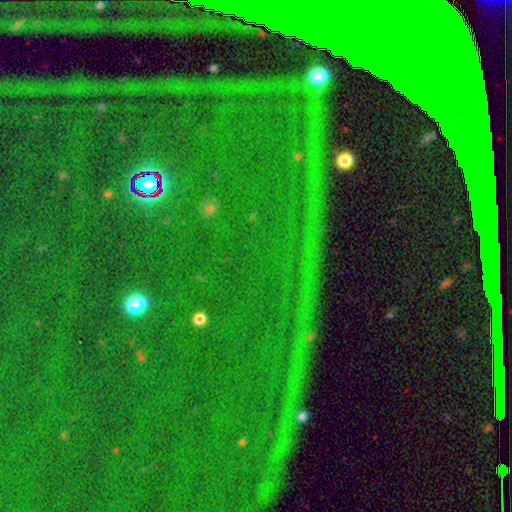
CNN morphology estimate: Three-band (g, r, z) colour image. It shows a star or artifact, not a galaxy (84%).